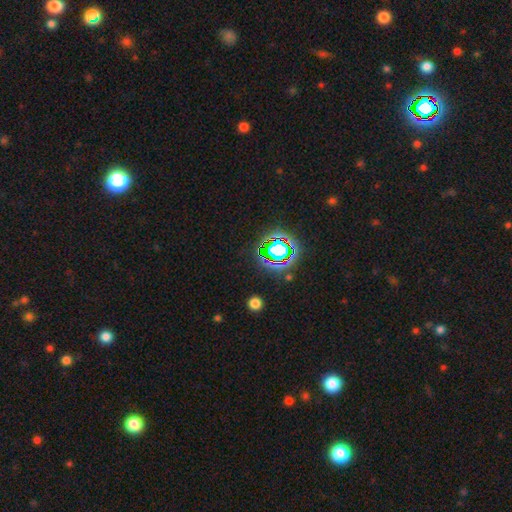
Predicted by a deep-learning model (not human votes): This is likely a star or artifact rather than a galaxy (77%).